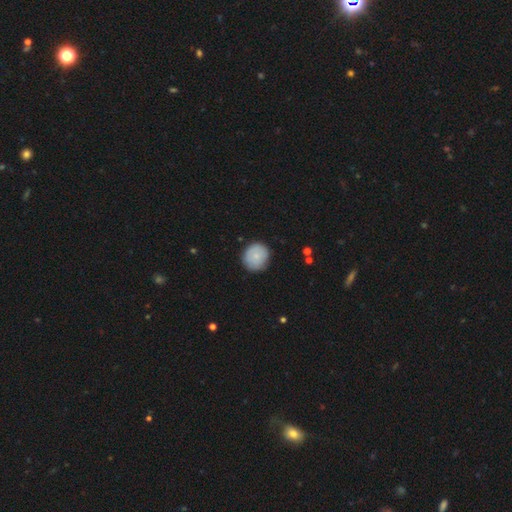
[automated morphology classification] Overall: smooth (77%). How rounded: round (87%). Merging: none (83%).